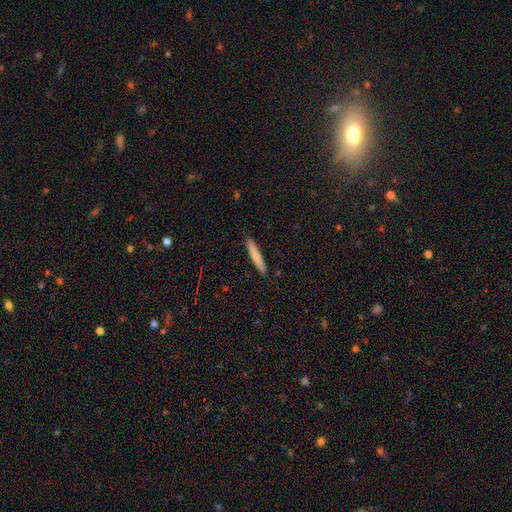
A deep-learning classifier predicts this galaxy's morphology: Smooth or featured? smooth (74%)
How rounded? cigar-shaped (93%)
Merging? none (90%)